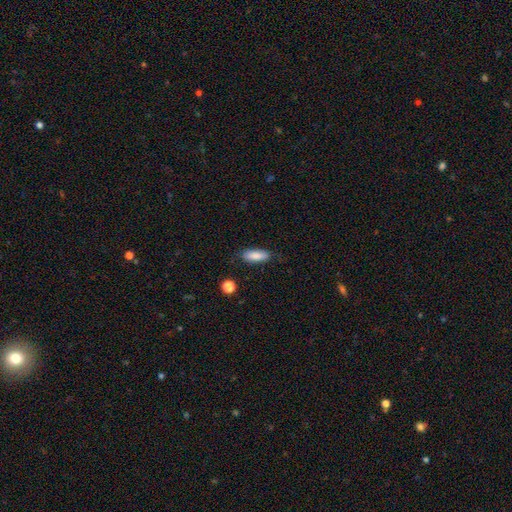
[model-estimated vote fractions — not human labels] Smooth or featured: smooth — 85% (featured or disk — 9%)
How rounded: in between — 66% (cigar-shaped — 32%)
Merging: none — 80% (minor disturbance — 15%)